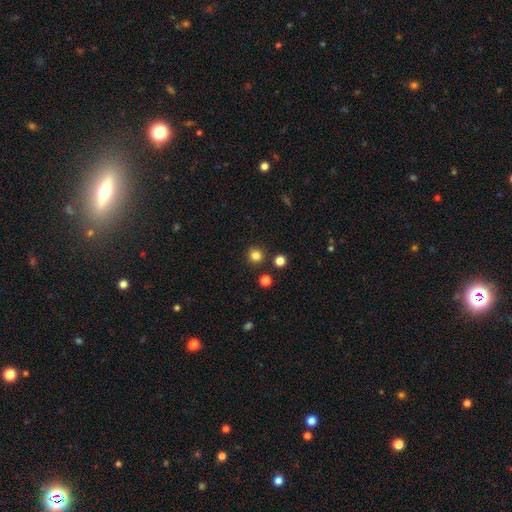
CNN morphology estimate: A smooth galaxy with no disk features (82%) that is round (94%). Merging: none (89%).